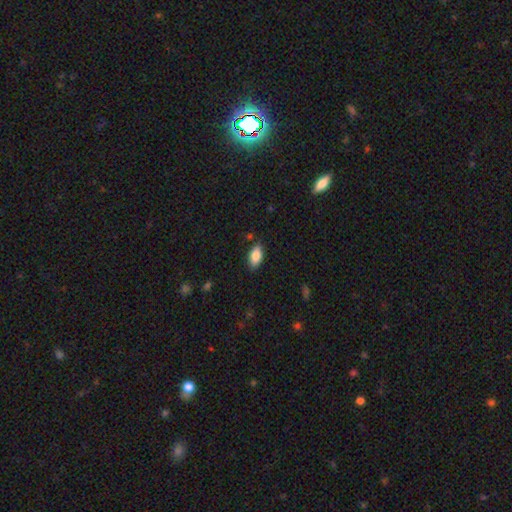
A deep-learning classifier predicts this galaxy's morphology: smooth 84%, featured or disk 9%, star or artifact 7%. Down the decision tree: how rounded — in between (91%); merging — none (85%).